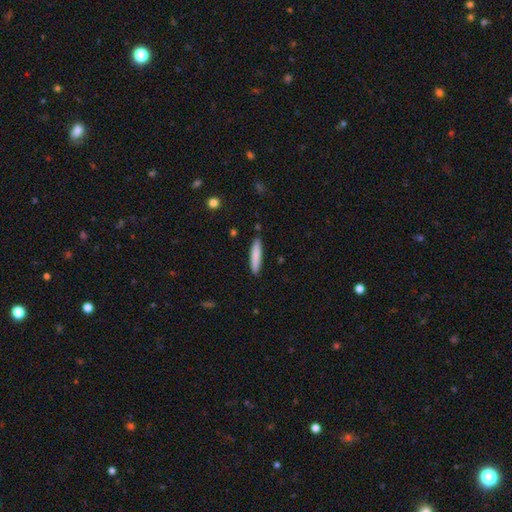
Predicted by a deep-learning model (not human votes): smooth_or_featured: smooth (p=0.82) [alt: featured or disk p=0.12]
how_rounded: cigar-shaped (p=0.87) [alt: in between p=0.11]
merging: none (p=0.89) [alt: minor disturbance p=0.08]